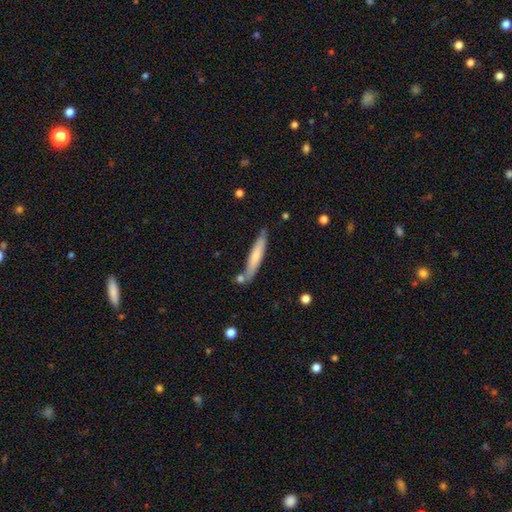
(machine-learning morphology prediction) Smooth or featured? smooth (66%)
How rounded? cigar-shaped (91%)
Merging? none (74%)